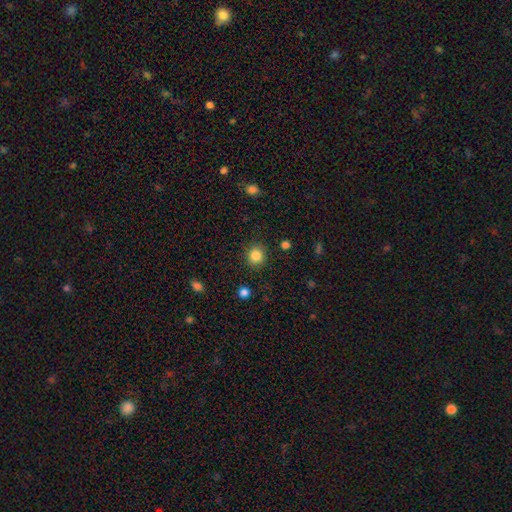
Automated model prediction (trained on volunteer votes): Smooth or featured?
  - smooth: 85% *
  - star or artifact: 11%
  - featured or disk: 4%
How rounded?
  - round: 88% *
  - in between: 11%
  - cigar-shaped: 1%
Merging?
  - none: 88% *
  - minor disturbance: 8%
  - major disturbance: 3%
  - merger: 2%